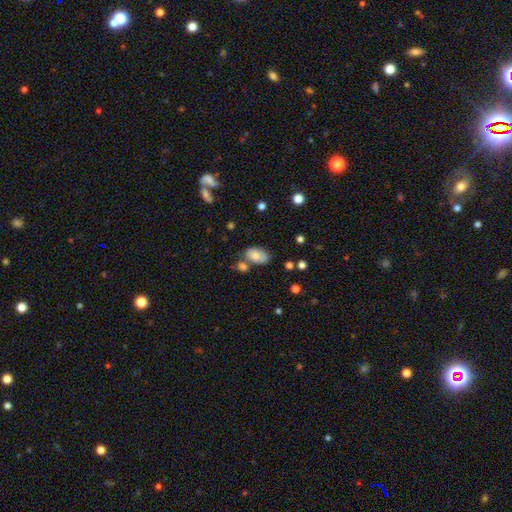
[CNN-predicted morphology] Smooth or featured? smooth (75%)
How rounded? in between (92%)
Merging? none (53%)